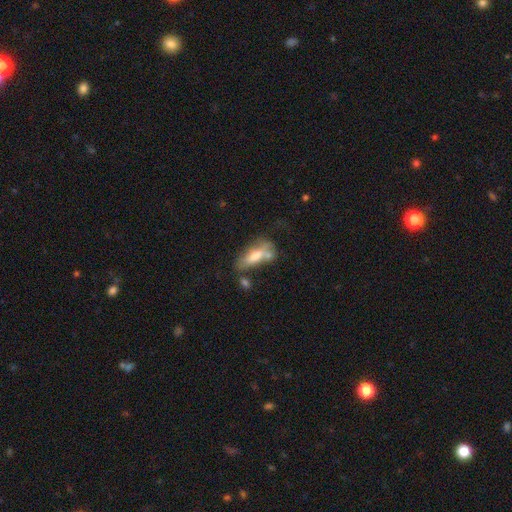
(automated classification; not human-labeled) Smooth or featured? smooth (61%)
How rounded? in between (70%)
Merging? none (35%)